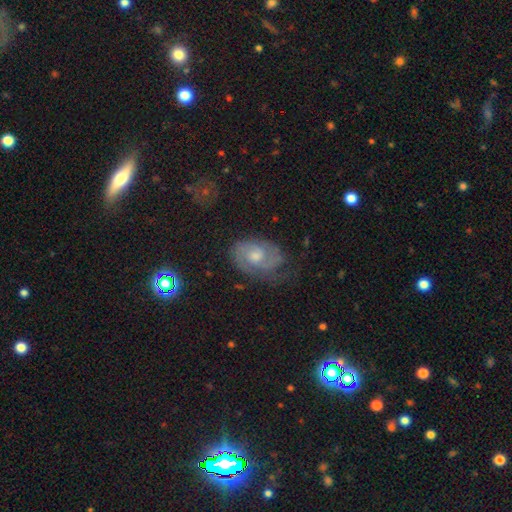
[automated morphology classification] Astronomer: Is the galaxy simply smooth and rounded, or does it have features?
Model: featured or disk — 75%.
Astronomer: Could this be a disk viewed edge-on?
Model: no — 97%.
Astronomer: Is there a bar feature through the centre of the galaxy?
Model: no — 63%.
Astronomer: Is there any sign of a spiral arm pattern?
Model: yes — 91%.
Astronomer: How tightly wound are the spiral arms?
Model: tight — 49% (runner-up: medium, 39%).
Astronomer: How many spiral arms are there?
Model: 2 — 63%.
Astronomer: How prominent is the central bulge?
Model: moderate — 58%.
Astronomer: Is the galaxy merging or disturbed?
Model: none — 59%.